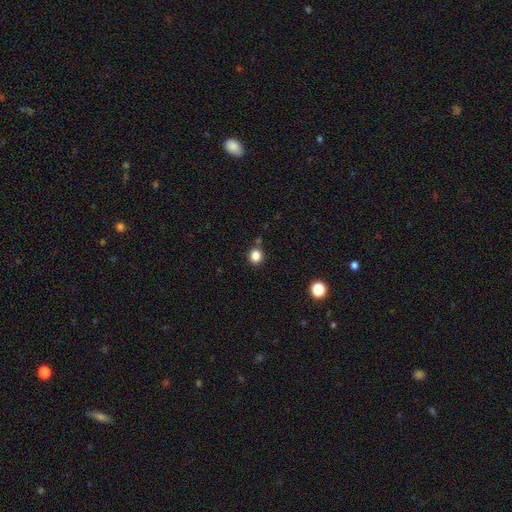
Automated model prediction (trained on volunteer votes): Morphology: type=smooth (84%); roundness=round (81%); merging=none (84%).